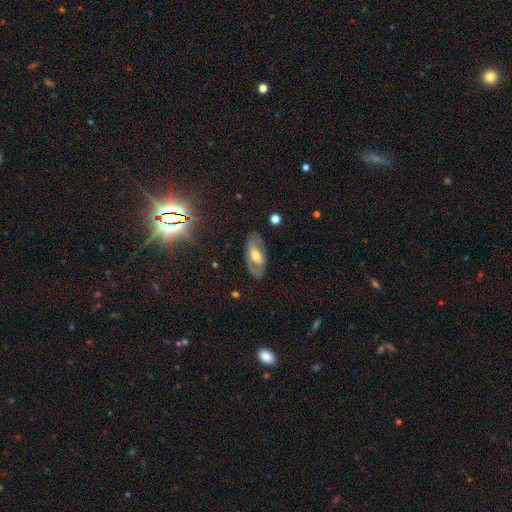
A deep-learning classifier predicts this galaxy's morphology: Smooth or featured: featured or disk — 64% (smooth — 29%)
Edge-on disk: no — 87% (yes — 13%)
Bar: no — 44% (weak — 37%)
Spiral arms: yes — 53% (no — 47%)
Bulge size: moderate — 65% (small — 22%)
Merging: none — 77% (minor disturbance — 15%)